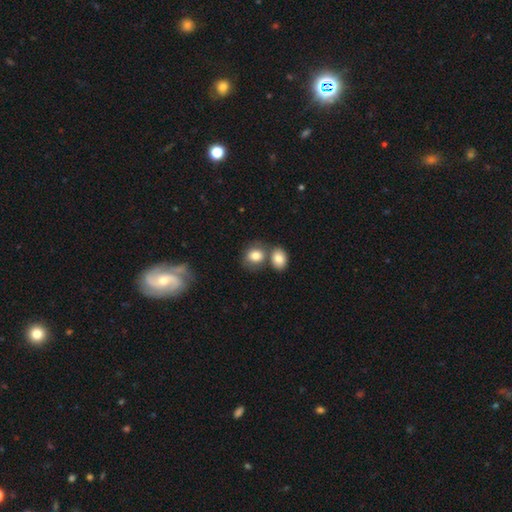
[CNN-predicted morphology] A smooth galaxy with no disk features (81%) that is round (51%).

Vote fractions:
- Smooth or featured? smooth: 81% / featured or disk: 11% / star or artifact: 8%
- How rounded? round: 51% / in between: 47% / cigar-shaped: 1%
- Merging? none: 46% / merger: 37% / minor disturbance: 12% / major disturbance: 5%